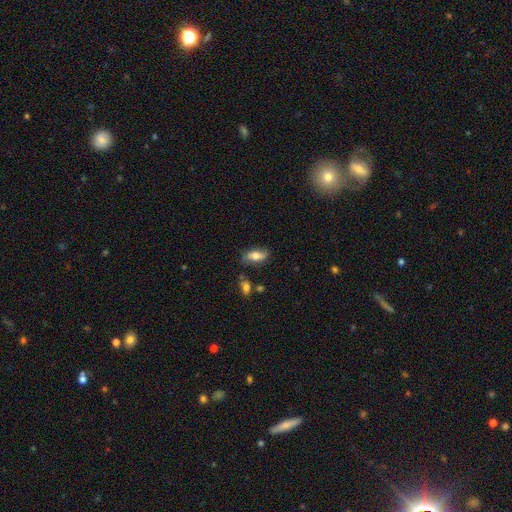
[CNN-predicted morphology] smooth 49%, featured or disk 42%, star or artifact 8%. Down the decision tree: merging — none (70%).